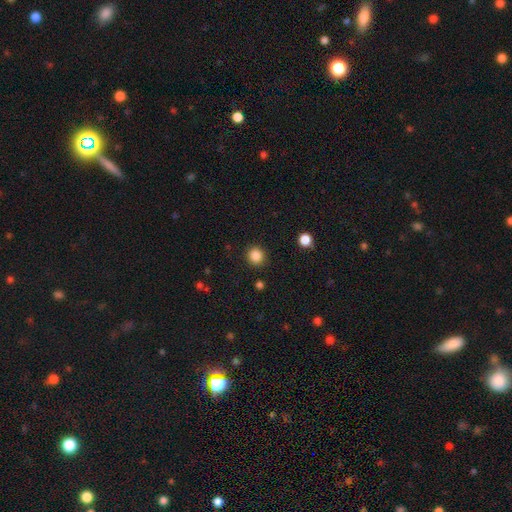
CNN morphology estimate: This is clearly a smooth galaxy (86%). How rounded: clearly round (91%). Merging: clearly none (91%).